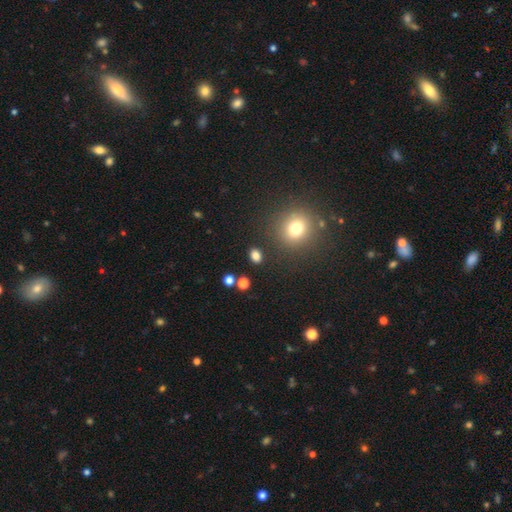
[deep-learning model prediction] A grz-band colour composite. It shows a smooth galaxy with no disk features (80%) that is in between round and cigar-shaped (61%). Merging: none (86%).